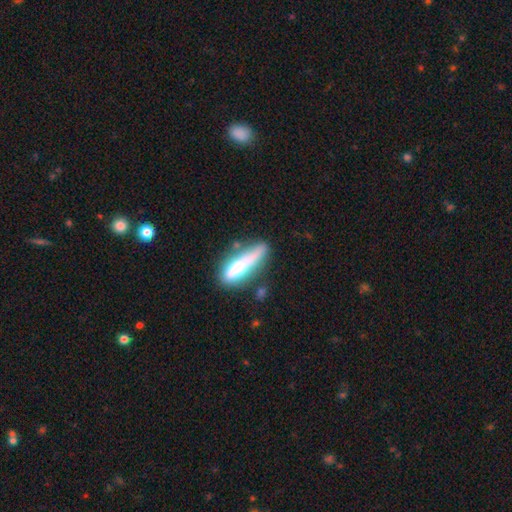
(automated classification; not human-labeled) Smooth or featured? smooth (58%)
How rounded? cigar-shaped (67%)
Merging? none (42%)